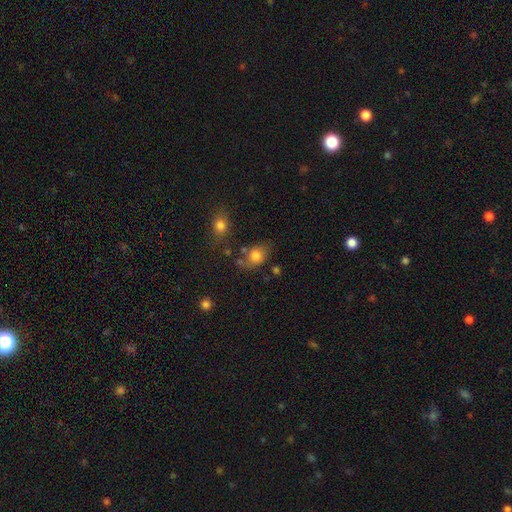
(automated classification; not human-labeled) Morphology: type=smooth (77%); roundness=in between (60%); merging=none (57%).